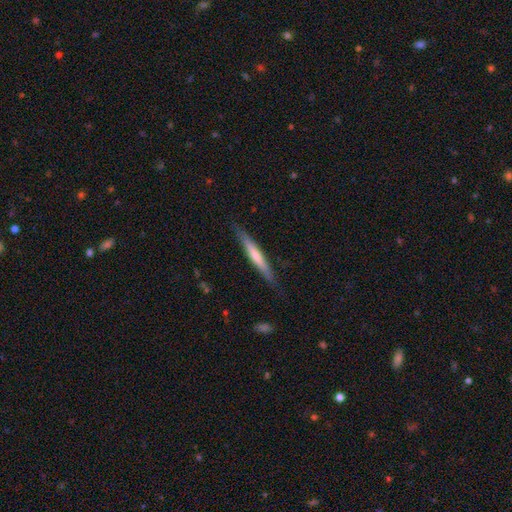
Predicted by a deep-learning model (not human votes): Smooth or featured?
  - smooth: 55% *
  - featured or disk: 39%
  - star or artifact: 5%
How rounded?
  - cigar-shaped: 95% *
  - in between: 4%
  - round: 1%
Merging?
  - none: 84% *
  - minor disturbance: 12%
  - major disturbance: 2%
  - merger: 1%